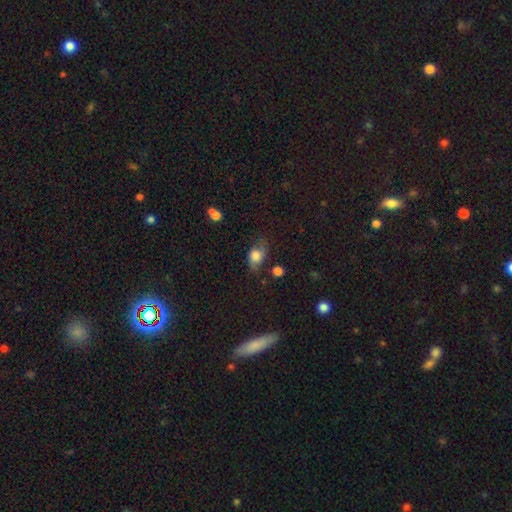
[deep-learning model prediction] Morphology: type=smooth (63%); roundness=in between (70%); merging=none (54%).